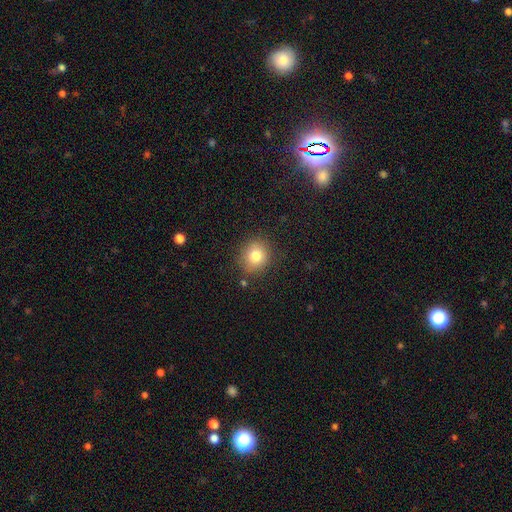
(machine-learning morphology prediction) Smooth or featured?
  - smooth: 79% *
  - star or artifact: 12%
  - featured or disk: 9%
How rounded?
  - round: 84% *
  - in between: 15%
  - cigar-shaped: 1%
Merging?
  - none: 85% *
  - minor disturbance: 10%
  - major disturbance: 3%
  - merger: 2%